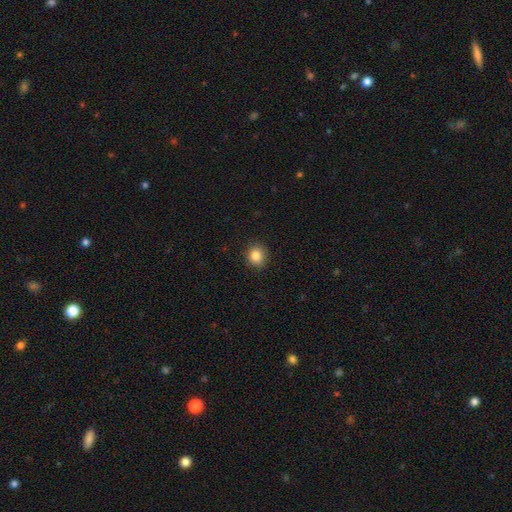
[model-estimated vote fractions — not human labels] A smooth galaxy with no disk features (85%) that is round (82%). Merging: none (90%).